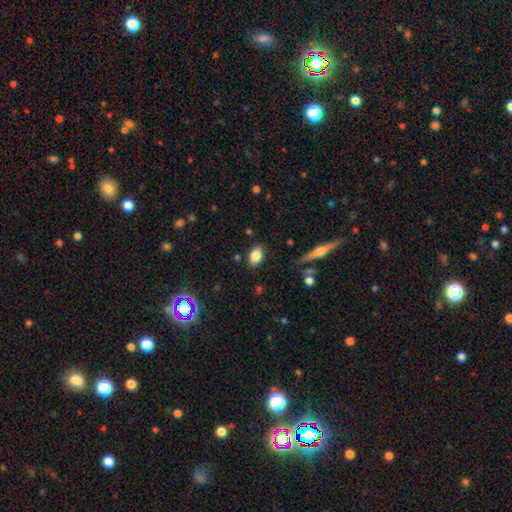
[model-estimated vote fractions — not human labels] Smooth or featured? smooth (84%)
How rounded? in between (90%)
Merging? none (86%)